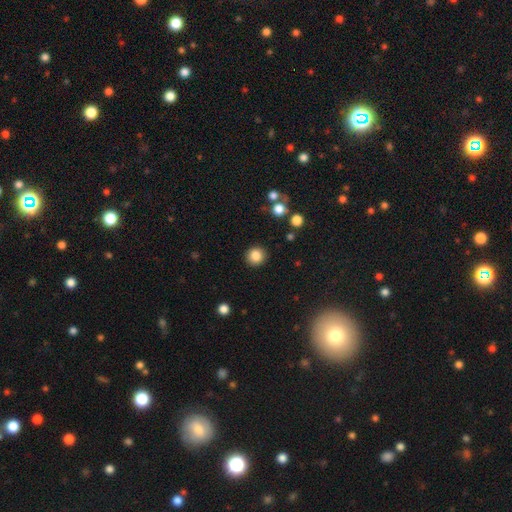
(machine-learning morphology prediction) This is clearly a smooth galaxy (85%). How rounded: clearly round (91%). Merging: clearly none (91%).